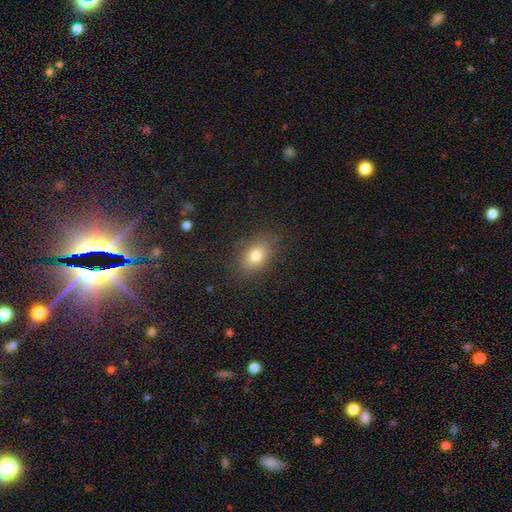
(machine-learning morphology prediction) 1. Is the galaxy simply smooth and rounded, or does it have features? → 78% smooth, 11% featured or disk, 11% star or artifact.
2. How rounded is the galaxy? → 80% in between, 18% round, 2% cigar-shaped.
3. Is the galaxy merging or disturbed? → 83% none, 12% minor disturbance, 4% major disturbance, 1% merger.